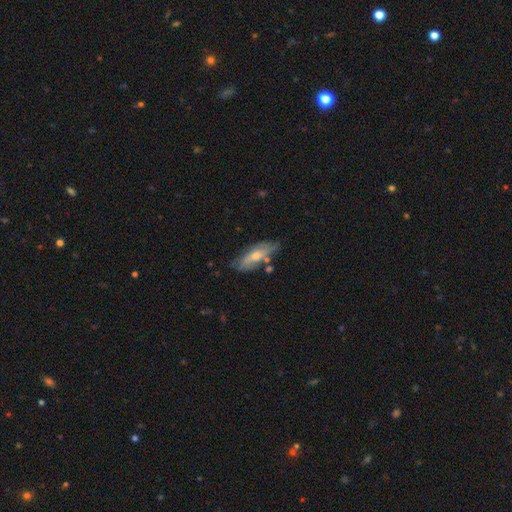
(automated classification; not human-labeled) This appears to be a smooth galaxy with no disk features (53%) that is in between round and cigar-shaped (63%). Merging: none (65%).